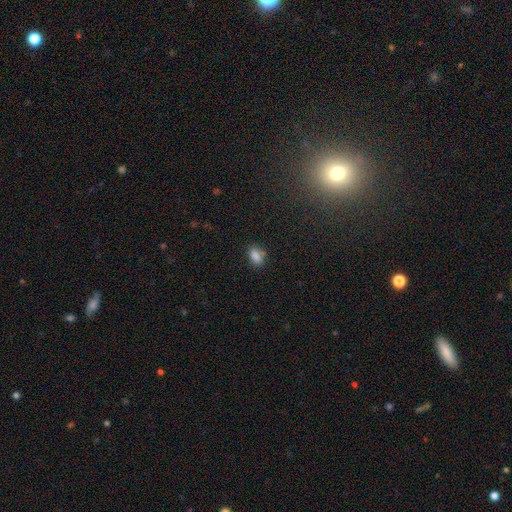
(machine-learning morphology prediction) smooth_or_featured: smooth (p=0.84) [alt: star or artifact p=0.11]
how_rounded: in between (p=0.85) [alt: round p=0.12]
merging: none (p=0.72) [alt: minor disturbance p=0.16]